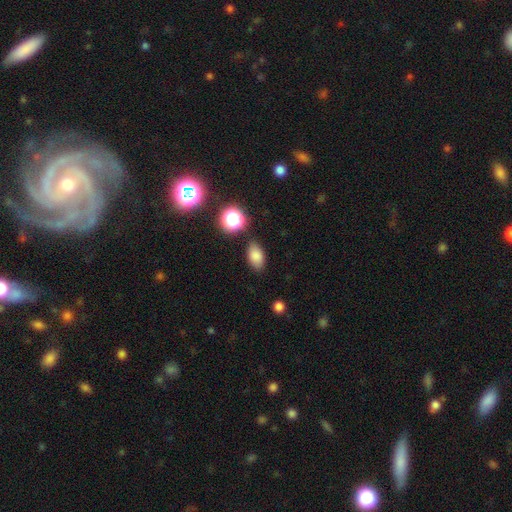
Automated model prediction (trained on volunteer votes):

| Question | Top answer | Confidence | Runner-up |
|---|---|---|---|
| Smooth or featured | smooth | 82% | star or artifact (12%) |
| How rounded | in between | 88% | round (10%) |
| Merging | none | 81% | minor disturbance (13%) |